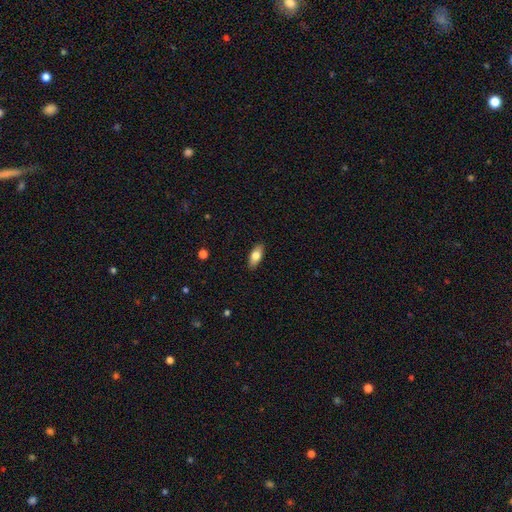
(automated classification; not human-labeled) smooth-or-featured: smooth: 75% | featured or disk: 18% | star or artifact: 7%
  how-rounded: in between: 82% | cigar-shaped: 15% | round: 3%
  merging: none: 88% | minor disturbance: 9% | major disturbance: 2% | merger: 1%